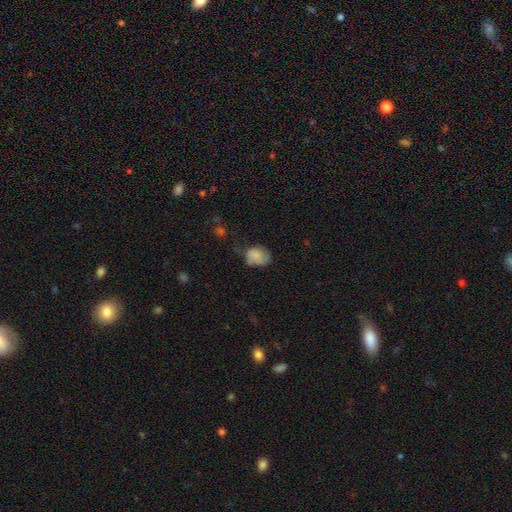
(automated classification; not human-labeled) This is clearly a smooth galaxy (81%). How rounded: likely in between (61%). Merging: possibly none (48%).